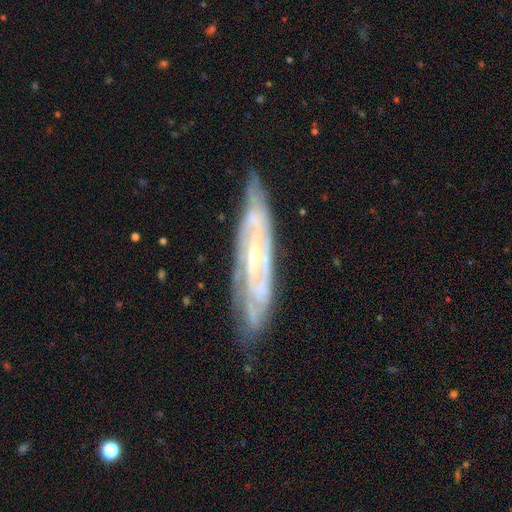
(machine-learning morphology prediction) A featured or disk galaxy (84%) with a weak bar (38%), tight (66%) spiral arms (91%) and a small central bulge (68%).

Vote fractions:
- Smooth or featured? featured or disk: 84% / smooth: 10% / star or artifact: 6%
- Edge-on disk? no: 70% / yes: 30%
- Bar? weak: 38% / no: 36% / strong: 26%
- Spiral arms? yes: 91% / no: 9%
- Spiral winding? tight: 66% / medium: 28% / loose: 6%
- Spiral arm count? can't tell: 40% / 2: 34% / 3: 13% / 4: 6% / 1: 4% / more than 4: 4%
- Bulge size? small: 68% / moderate: 25% / none: 4% / large: 2% / dominant: 1%
- Merging? none: 75% / minor disturbance: 18% / major disturbance: 5% / merger: 2%